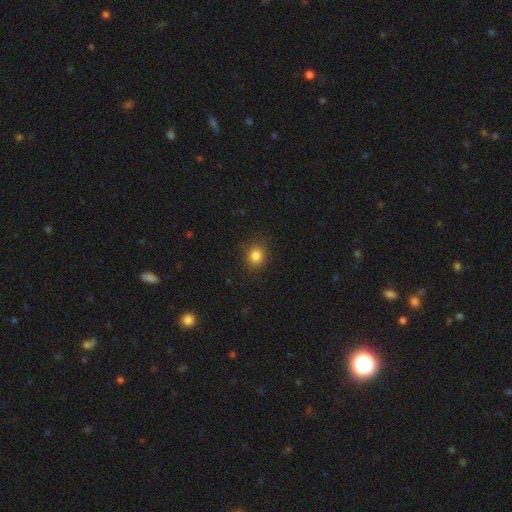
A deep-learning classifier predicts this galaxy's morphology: Smooth or featured?
  - smooth: 84% *
  - star or artifact: 11%
  - featured or disk: 5%
How rounded?
  - round: 71% *
  - in between: 28%
  - cigar-shaped: 1%
Merging?
  - none: 87% *
  - minor disturbance: 9%
  - major disturbance: 3%
  - merger: 1%